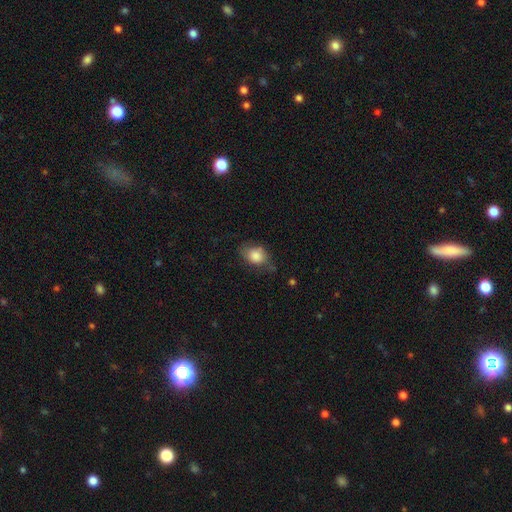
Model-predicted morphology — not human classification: type=smooth (81%); roundness=in between (68%); merging=none (58%).